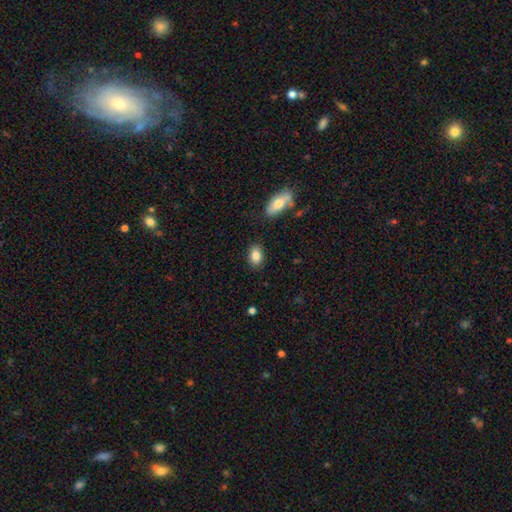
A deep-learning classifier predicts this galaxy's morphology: A smooth galaxy with no disk features (84%) that is in between round and cigar-shaped (81%). Merging: none (85%).